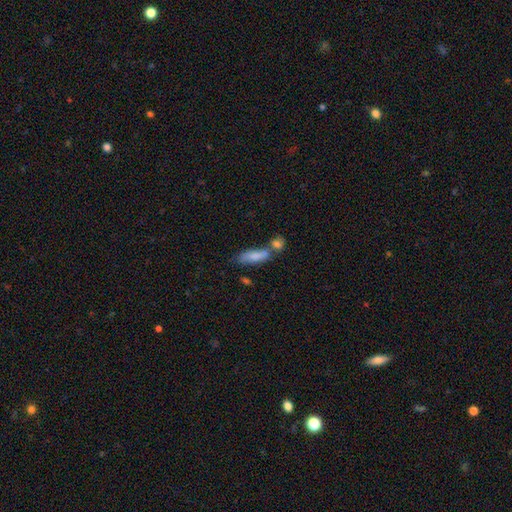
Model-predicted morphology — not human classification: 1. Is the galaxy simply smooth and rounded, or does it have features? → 79% smooth, 14% featured or disk, 7% star or artifact.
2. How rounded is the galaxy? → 57% in between, 40% cigar-shaped, 3% round.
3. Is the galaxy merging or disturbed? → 42% none, 38% merger, 15% minor disturbance, 6% major disturbance.